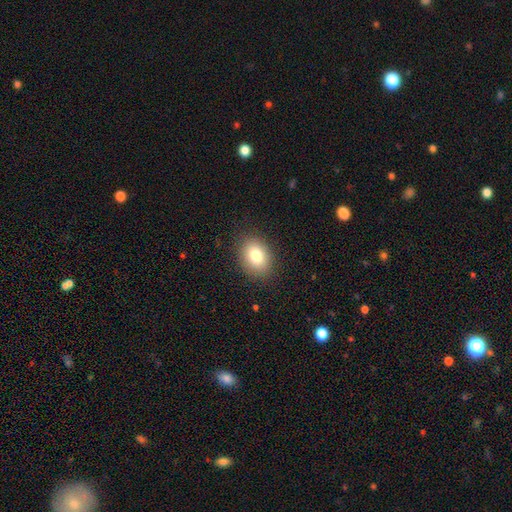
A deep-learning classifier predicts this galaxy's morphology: type=smooth (81%); roundness=in between (69%); merging=none (87%).